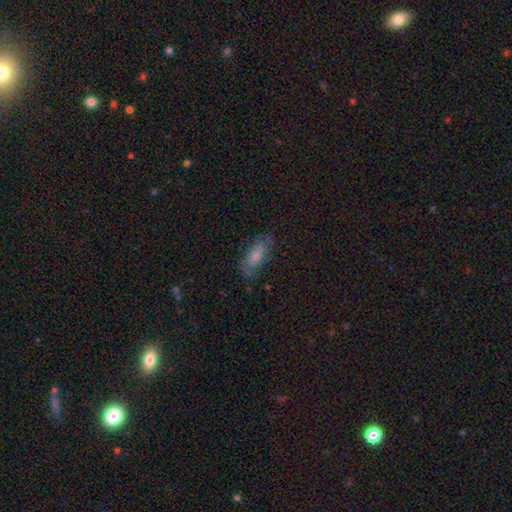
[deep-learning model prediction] smooth-or-featured: smooth: 68% | featured or disk: 24% | star or artifact: 8%
  how-rounded: in between: 76% | cigar-shaped: 22% | round: 2%
  merging: none: 75% | minor disturbance: 18% | major disturbance: 6% | merger: 1%